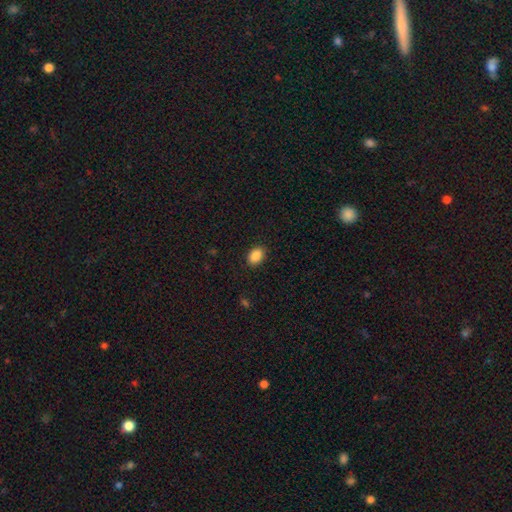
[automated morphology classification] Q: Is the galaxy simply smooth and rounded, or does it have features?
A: smooth — 89%.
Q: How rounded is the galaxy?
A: in between — 79%.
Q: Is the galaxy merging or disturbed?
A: none — 89%.